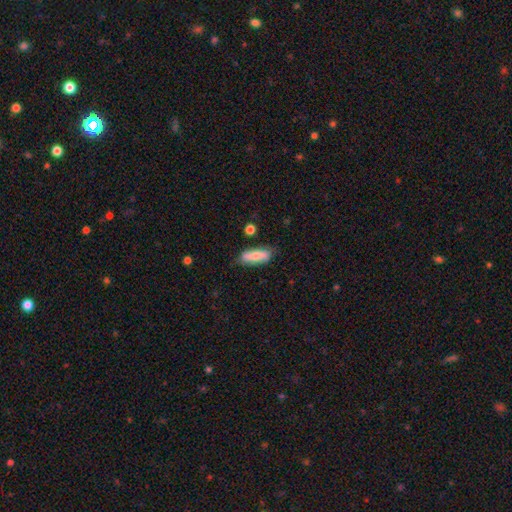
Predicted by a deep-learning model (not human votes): Smooth or featured: smooth — 66% (featured or disk — 28%)
How rounded: in between — 54% (cigar-shaped — 43%)
Merging: none — 76% (minor disturbance — 18%)